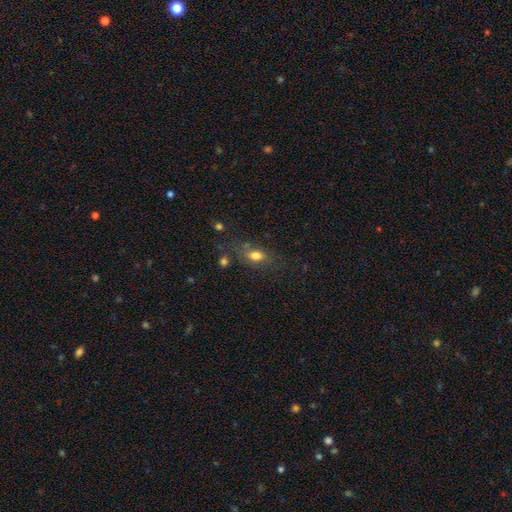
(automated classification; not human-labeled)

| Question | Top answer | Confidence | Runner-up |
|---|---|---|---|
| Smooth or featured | smooth | 77% | featured or disk (12%) |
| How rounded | in between | 77% | round (16%) |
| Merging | none | 66% | minor disturbance (19%) |